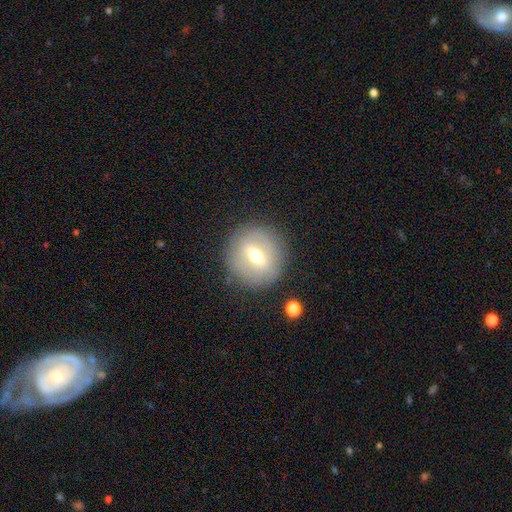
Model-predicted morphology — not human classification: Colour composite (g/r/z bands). It shows a featured or disk galaxy (50%). Merging: none (85%).